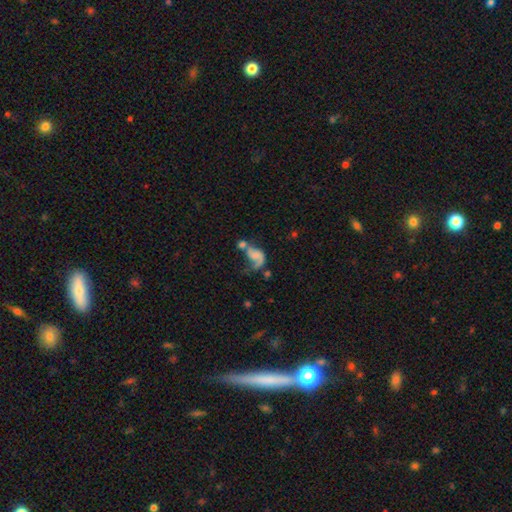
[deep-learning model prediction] Smooth or featured? Predicted: featured or disk (p=0.55). Edge-on disk? Predicted: no (p=0.97). Bar? Predicted: no (p=0.70). Spiral arms? Predicted: yes (p=0.77). Bulge size? Predicted: none (p=0.40). Merging? Predicted: merger (p=0.41).